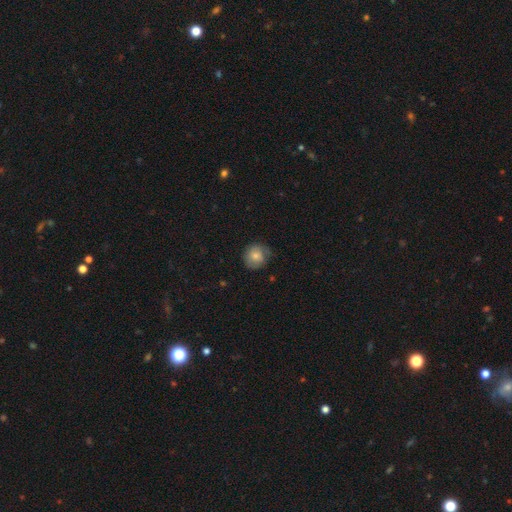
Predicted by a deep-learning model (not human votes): smooth-or-featured: smooth: 73% | featured or disk: 19% | star or artifact: 8%
  how-rounded: round: 85% | in between: 15% | cigar-shaped: 1%
  merging: none: 67% | minor disturbance: 24% | major disturbance: 8% | merger: 1%